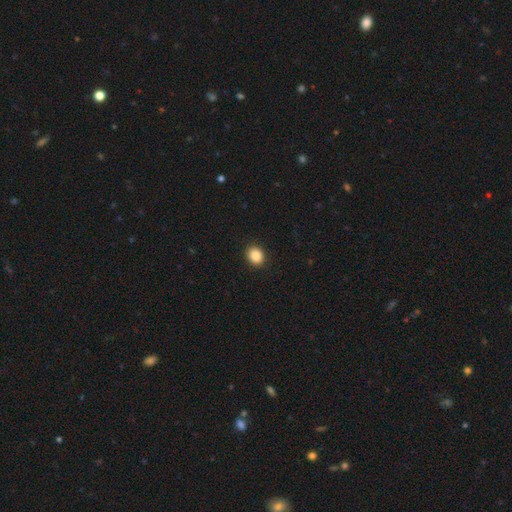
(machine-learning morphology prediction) This appears to be a smooth galaxy with no disk features (88%) that is round (63%). Merging: none (90%).